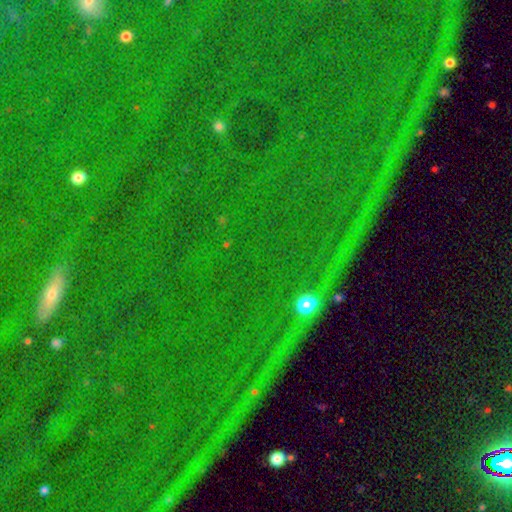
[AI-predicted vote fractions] This appears to be a star or artifact, not a galaxy (82%).